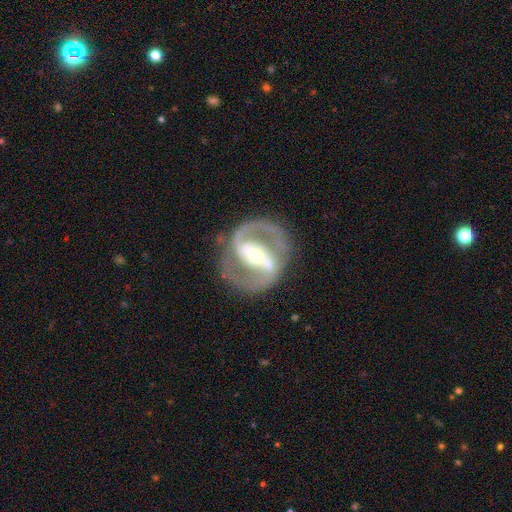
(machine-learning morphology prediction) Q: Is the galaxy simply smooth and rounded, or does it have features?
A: featured or disk — 90%.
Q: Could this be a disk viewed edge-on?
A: no — 96%.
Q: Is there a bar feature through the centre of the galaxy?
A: strong — 68%.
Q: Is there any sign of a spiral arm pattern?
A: yes — 94%.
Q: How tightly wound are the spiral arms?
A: medium — 59%.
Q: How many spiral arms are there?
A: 2 — 92%.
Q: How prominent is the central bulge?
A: moderate — 49%.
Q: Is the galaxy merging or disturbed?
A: none — 81%.